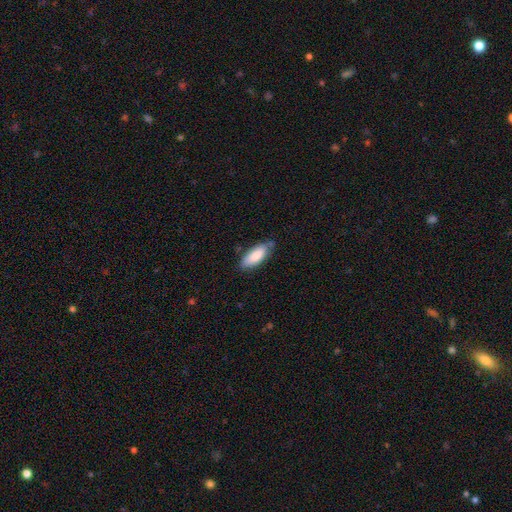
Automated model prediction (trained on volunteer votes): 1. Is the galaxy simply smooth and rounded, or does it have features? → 82% smooth, 13% featured or disk, 6% star or artifact.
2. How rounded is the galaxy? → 78% in between, 21% cigar-shaped, 2% round.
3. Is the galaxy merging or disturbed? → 70% none, 24% minor disturbance, 4% major disturbance, 2% merger.